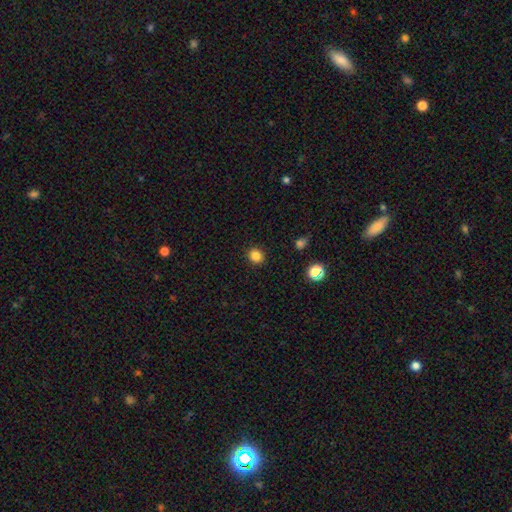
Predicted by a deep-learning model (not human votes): Q: Smooth or featured?
A: smooth (84%); runner-up: star or artifact (12%)
Q: How rounded?
A: round (78%); runner-up: in between (21%)
Q: Merging?
A: none (91%); runner-up: minor disturbance (6%)